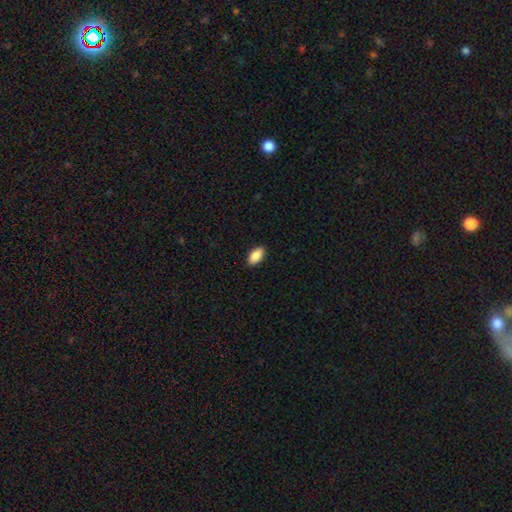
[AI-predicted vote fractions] smooth_or_featured: smooth (p=0.88) [alt: star or artifact p=0.07]
how_rounded: in between (p=0.93) [alt: cigar-shaped p=0.04]
merging: none (p=0.89) [alt: minor disturbance p=0.08]